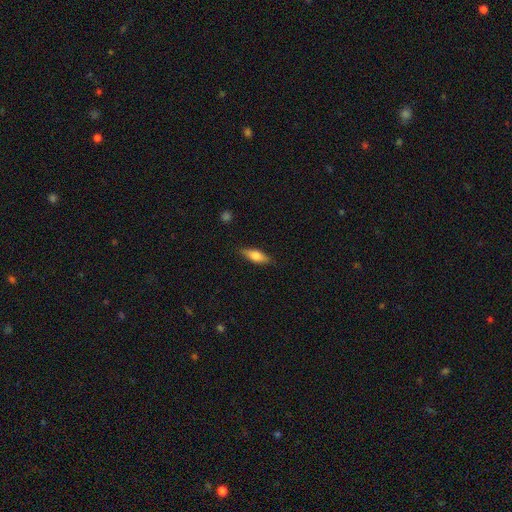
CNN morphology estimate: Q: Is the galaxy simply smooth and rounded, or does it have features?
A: smooth — 65%.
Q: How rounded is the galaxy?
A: in between — 59%.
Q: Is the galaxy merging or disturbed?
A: none — 83%.